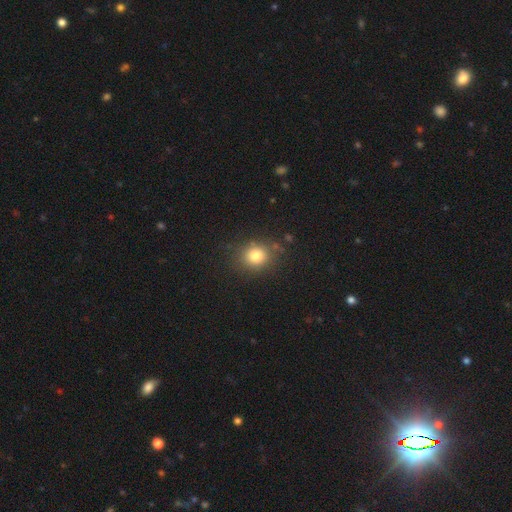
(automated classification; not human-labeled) smooth 81%, star or artifact 12%, featured or disk 7%. Down the decision tree: how rounded — round (76%); merging — none (81%).